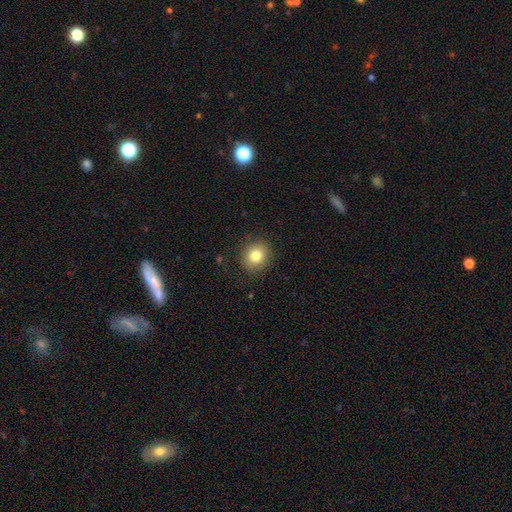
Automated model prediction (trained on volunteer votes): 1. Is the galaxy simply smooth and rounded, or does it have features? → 82% smooth, 10% star or artifact, 8% featured or disk.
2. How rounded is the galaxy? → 76% round, 23% in between, 1% cigar-shaped.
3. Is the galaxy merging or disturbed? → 88% none, 9% minor disturbance, 3% major disturbance, 1% merger.